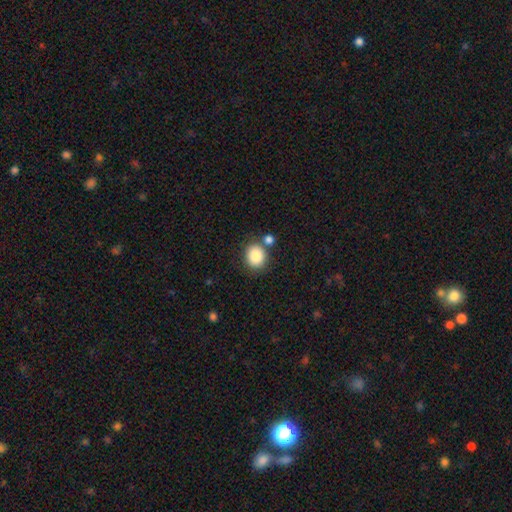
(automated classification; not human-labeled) Smooth or featured? Predicted: smooth (p=0.86). How rounded? Predicted: round (p=0.69). Merging? Predicted: none (p=0.73).